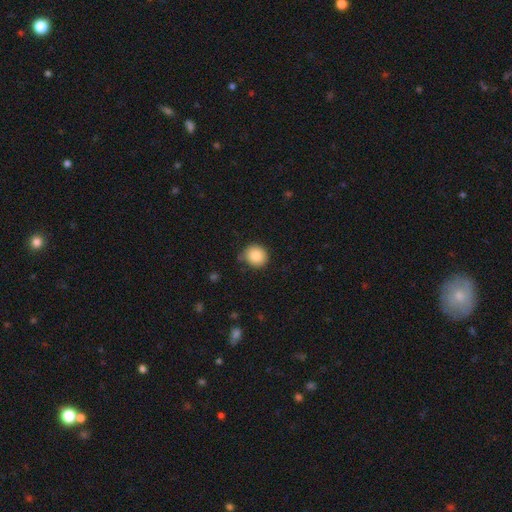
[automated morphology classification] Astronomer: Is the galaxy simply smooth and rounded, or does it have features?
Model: smooth — 87%.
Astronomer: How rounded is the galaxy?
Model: round — 88%.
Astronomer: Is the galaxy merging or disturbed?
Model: none — 75%.